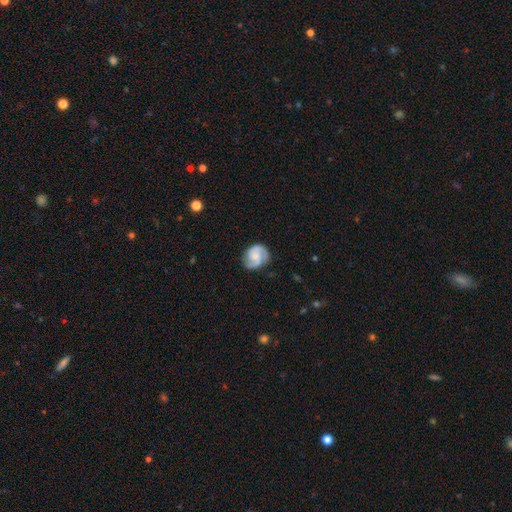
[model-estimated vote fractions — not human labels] Smooth or featured: featured or disk — 77% (smooth — 17%)
Edge-on disk: no — 98% (yes — 2%)
Bar: no — 63% (weak — 31%)
Spiral arms: yes — 96% (no — 4%)
Spiral winding: medium — 46% (tight — 41%)
Spiral arm count: 2 — 73% (3 — 13%)
Bulge size: small — 52% (moderate — 28%)
Merging: none — 76% (minor disturbance — 17%)